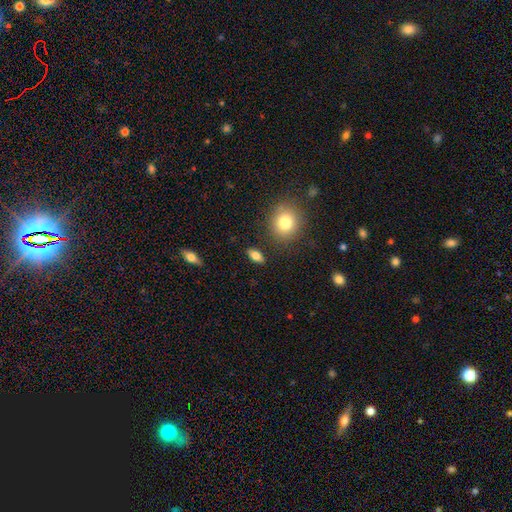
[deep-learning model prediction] A smooth galaxy with no disk features (73%) that is in between round and cigar-shaped (77%). Merging: none (86%).